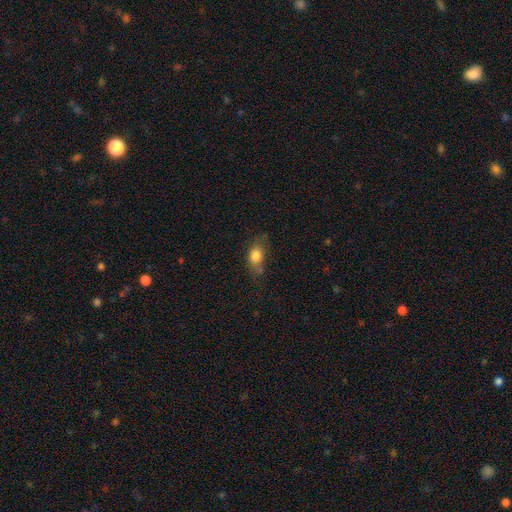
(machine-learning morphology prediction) Smooth or featured?
  - smooth: 79% *
  - featured or disk: 12%
  - star or artifact: 9%
How rounded?
  - in between: 74% *
  - round: 19%
  - cigar-shaped: 7%
Merging?
  - none: 54% *
  - minor disturbance: 29%
  - major disturbance: 11%
  - merger: 5%